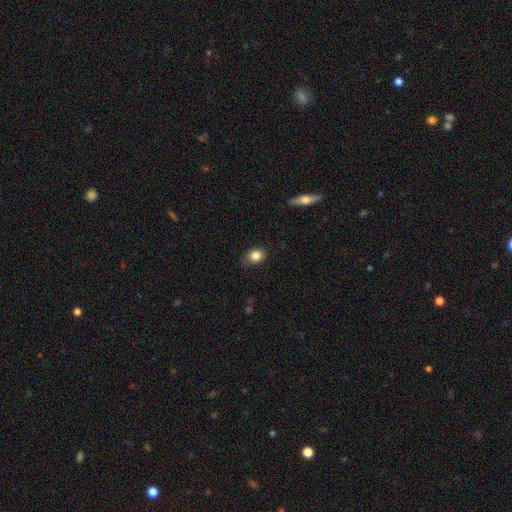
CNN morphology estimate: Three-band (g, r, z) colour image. It shows a smooth galaxy with no disk features (84%) that is in between round and cigar-shaped (54%). Merging: none (74%).